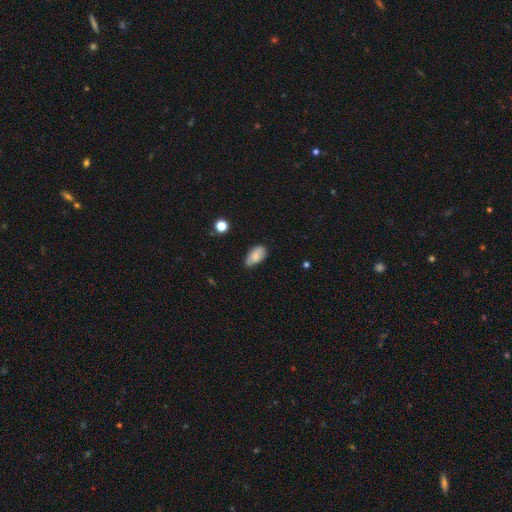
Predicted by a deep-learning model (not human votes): Q: Smooth or featured?
A: smooth (77%); runner-up: featured or disk (15%)
Q: How rounded?
A: in between (93%); runner-up: round (4%)
Q: Merging?
A: none (57%); runner-up: minor disturbance (35%)